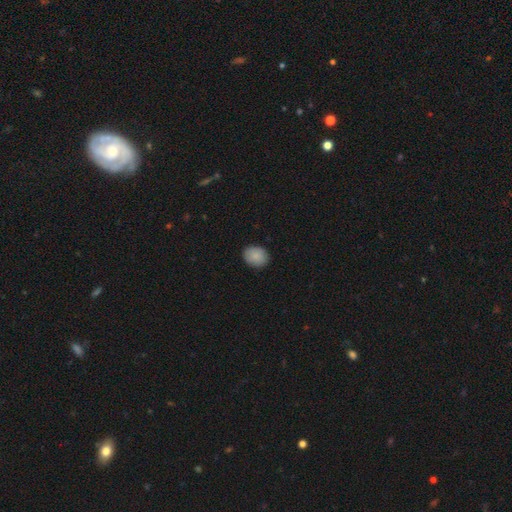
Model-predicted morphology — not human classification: smooth-or-featured: smooth: 88% | star or artifact: 7% | featured or disk: 5%
  how-rounded: round: 51% | in between: 48% | cigar-shaped: 1%
  merging: none: 89% | minor disturbance: 8% | major disturbance: 2% | merger: 1%